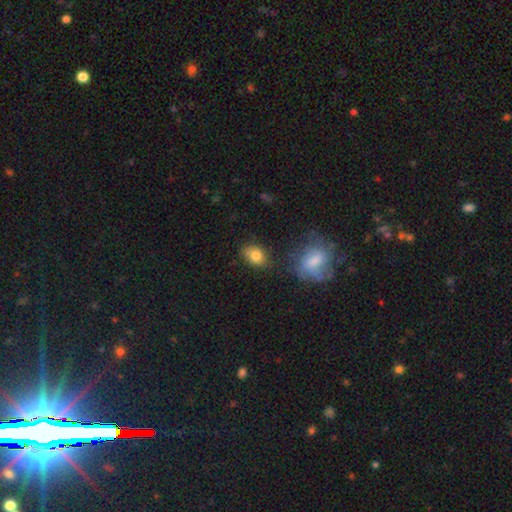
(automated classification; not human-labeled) Smooth or featured: smooth — 80% (featured or disk — 11%)
How rounded: in between — 73% (round — 26%)
Merging: none — 69% (minor disturbance — 20%)